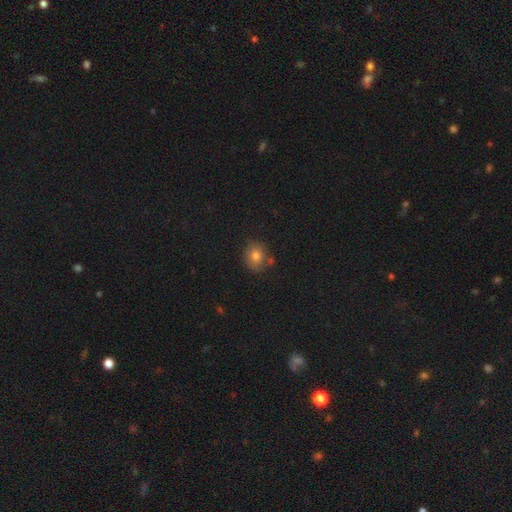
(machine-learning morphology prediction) Overall: smooth (78%). How rounded: round (76%). Merging: none (76%).